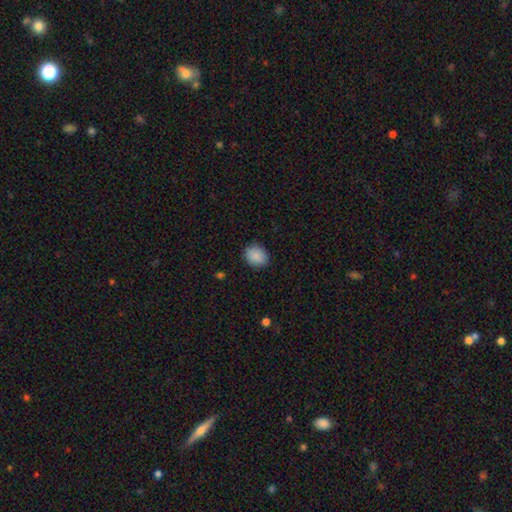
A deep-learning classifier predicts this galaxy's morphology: This is clearly a smooth galaxy (89%). How rounded: possibly round (52%). Merging: clearly none (87%).